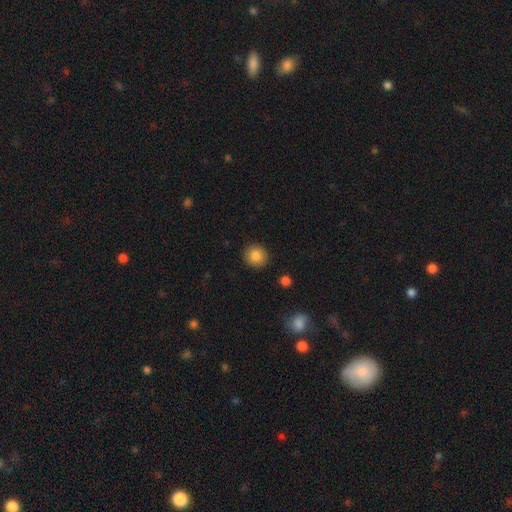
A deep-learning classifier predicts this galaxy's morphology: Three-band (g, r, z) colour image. It shows a smooth galaxy with no disk features (84%) that is round (90%). Merging: none (91%).